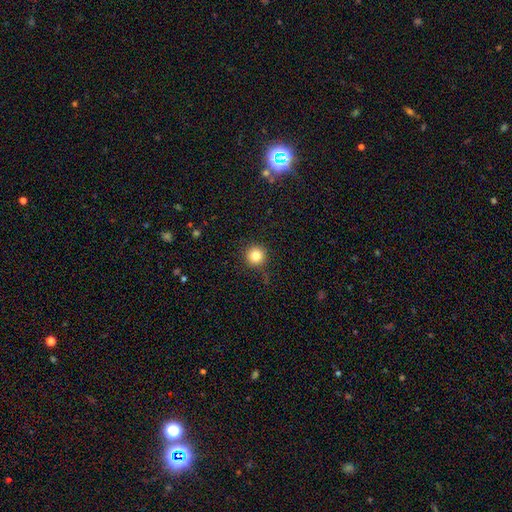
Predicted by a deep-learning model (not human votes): smooth 83%, star or artifact 11%, featured or disk 6%. Down the decision tree: how rounded — round (96%); merging — none (89%).